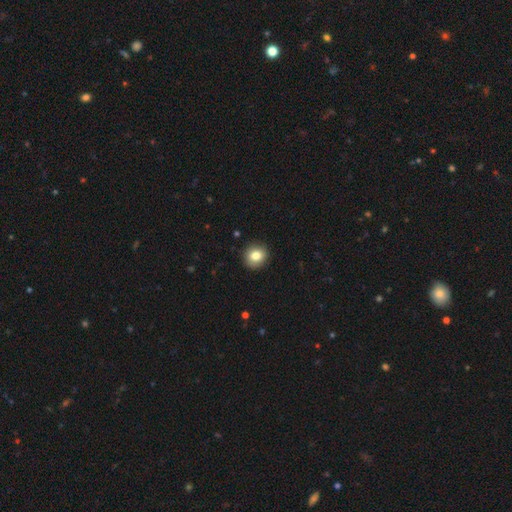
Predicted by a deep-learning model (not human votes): Overall: smooth (82%). How rounded: round (86%). Merging: none (89%).